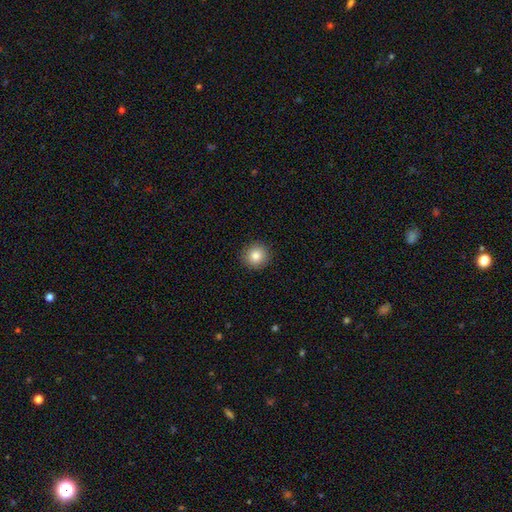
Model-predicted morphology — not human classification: Smooth or featured? Predicted: smooth (p=0.84). How rounded? Predicted: round (p=0.93). Merging? Predicted: none (p=0.92).